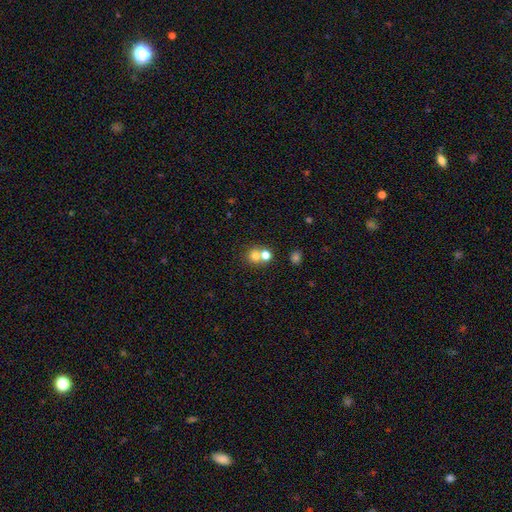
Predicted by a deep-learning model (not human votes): smooth_or_featured: smooth (p=0.73) [alt: star or artifact p=0.15]
how_rounded: round (p=0.82) [alt: in between p=0.17]
merging: none (p=0.47) [alt: merger p=0.44]